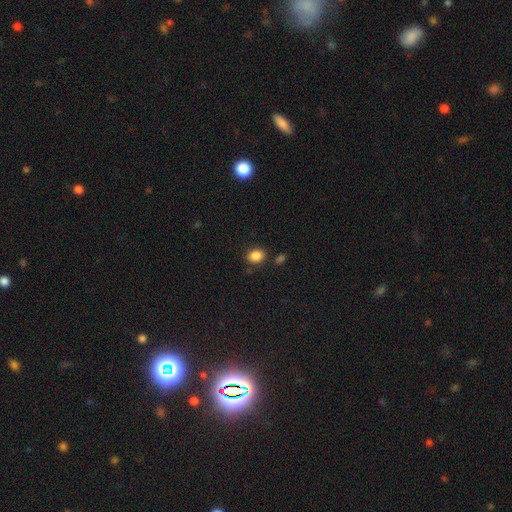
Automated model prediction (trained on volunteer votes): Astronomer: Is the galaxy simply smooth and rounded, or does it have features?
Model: smooth — 86%.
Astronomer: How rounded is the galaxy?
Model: in between — 55% (runner-up: round, 44%).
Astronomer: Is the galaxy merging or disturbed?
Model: none — 81%.